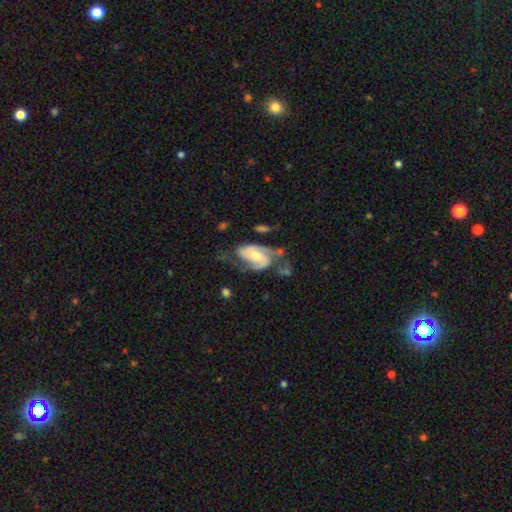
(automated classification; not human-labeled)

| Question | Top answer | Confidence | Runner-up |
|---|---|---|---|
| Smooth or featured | featured or disk | 83% | smooth (12%) |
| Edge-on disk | no | 97% | yes (3%) |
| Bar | no | 45% | weak (39%) |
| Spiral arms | yes | 95% | no (5%) |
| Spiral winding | medium | 48% | tight (30%) |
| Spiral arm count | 2 | 81% | can't tell (7%) |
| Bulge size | moderate | 56% | small (32%) |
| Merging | none | 45% | major disturbance (25%) |